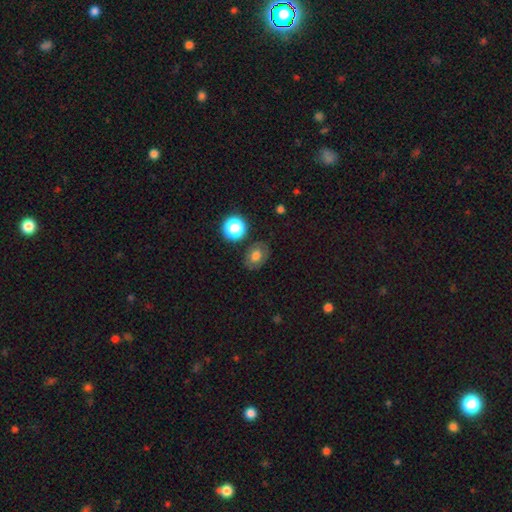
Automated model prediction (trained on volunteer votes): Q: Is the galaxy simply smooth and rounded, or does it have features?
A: smooth — 66%.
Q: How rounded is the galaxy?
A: in between — 66%.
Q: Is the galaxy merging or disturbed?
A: none — 78%.